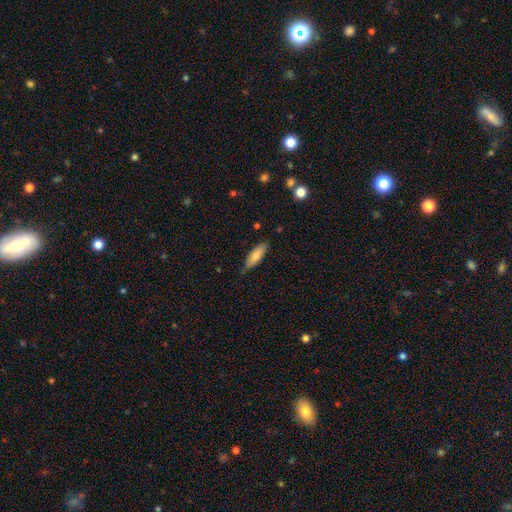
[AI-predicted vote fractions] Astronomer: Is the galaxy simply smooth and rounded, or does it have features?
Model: smooth — 83%.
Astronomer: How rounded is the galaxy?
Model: in between — 53% (runner-up: cigar-shaped, 46%).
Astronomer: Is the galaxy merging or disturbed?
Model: none — 78%.